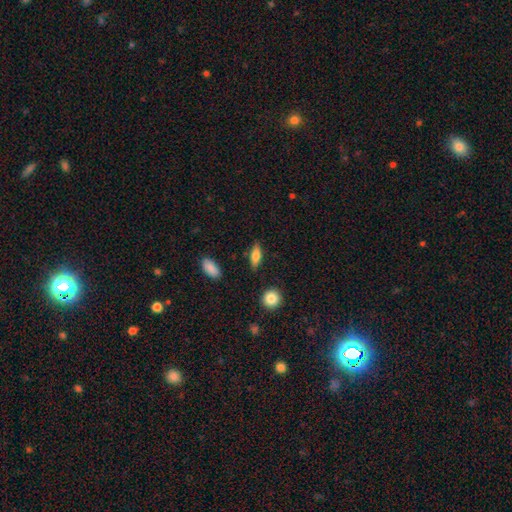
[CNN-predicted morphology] A smooth galaxy with no disk features (69%) that is in between round and cigar-shaped (63%).

Vote fractions:
- Smooth or featured? smooth: 69% / featured or disk: 23% / star or artifact: 7%
- How rounded? in between: 63% / cigar-shaped: 32% / round: 5%
- Merging? none: 84% / minor disturbance: 11% / major disturbance: 3% / merger: 2%